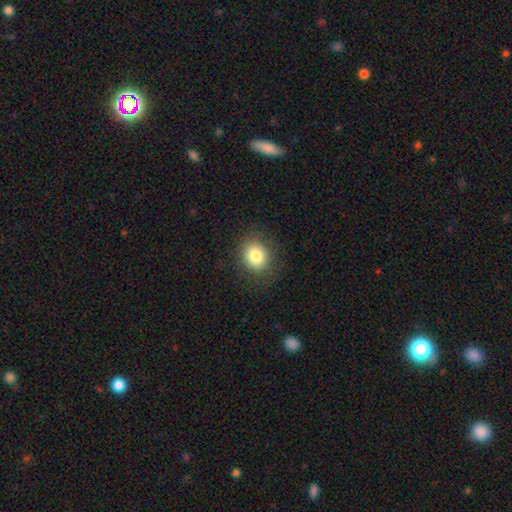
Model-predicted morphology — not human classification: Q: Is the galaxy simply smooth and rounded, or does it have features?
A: smooth — 82%.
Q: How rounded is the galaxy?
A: round — 66%.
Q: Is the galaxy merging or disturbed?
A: none — 86%.